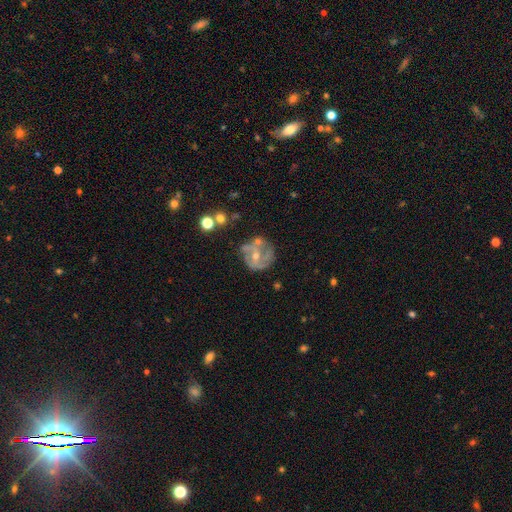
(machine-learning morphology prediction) smooth_or_featured: featured or disk (p=0.71) [alt: smooth p=0.17]
disk_edge_on: no (p=0.97) [alt: yes p=0.03]
bar: no (p=0.51) [alt: weak p=0.35]
has_spiral_arms: yes (p=0.72) [alt: no p=0.28]
bulge_size: small (p=0.51) [alt: moderate p=0.44]
merging: none (p=0.58) [alt: minor disturbance p=0.20]